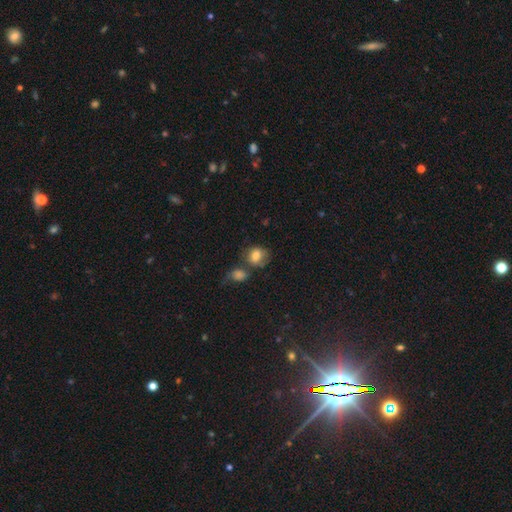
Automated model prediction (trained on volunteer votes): smooth 79%, featured or disk 12%, star or artifact 9%. Down the decision tree: how rounded — round (52%); merging — none (37%).